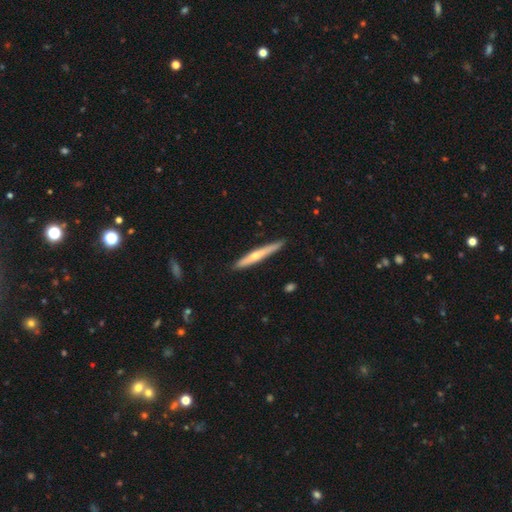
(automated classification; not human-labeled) featured or disk 53%, smooth 42%, star or artifact 5%. Down the decision tree: edge-on disk — yes (96%); edge-on bulge — rounded (76%); merging — none (88%).